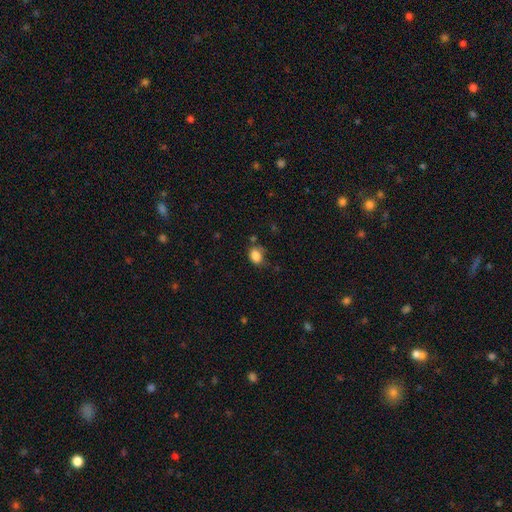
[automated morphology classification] type=smooth (85%); roundness=in between (67%); merging=none (65%).